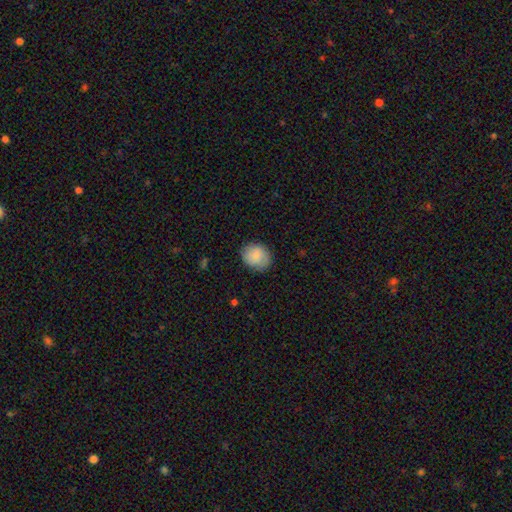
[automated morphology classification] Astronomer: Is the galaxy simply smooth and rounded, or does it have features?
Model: smooth — 84%.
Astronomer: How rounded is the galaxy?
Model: round — 63%.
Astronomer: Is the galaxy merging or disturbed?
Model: none — 82%.